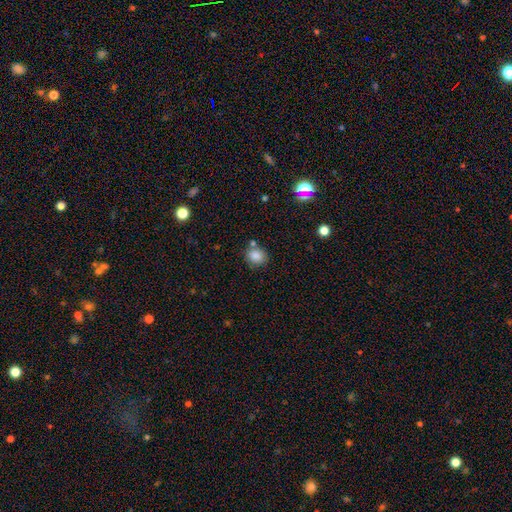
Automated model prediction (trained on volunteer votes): The model was most divided on "how rounded": round: 78%, in between: 21%, cigar-shaped: 1%. More confident: smooth or featured — smooth (84%); merging — none (72%).